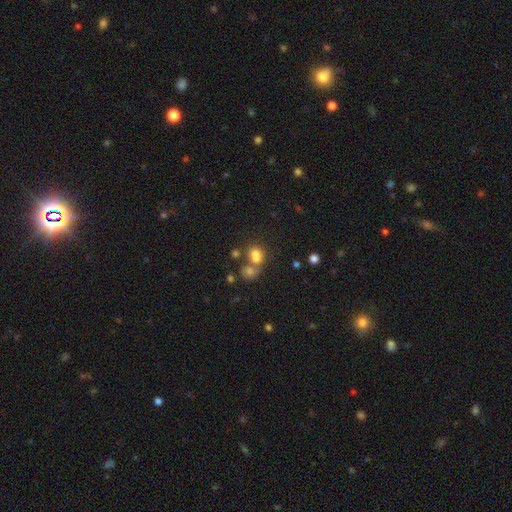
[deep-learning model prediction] A smooth galaxy with no disk features (72%) that is round (58%). Merging: merger (51%).